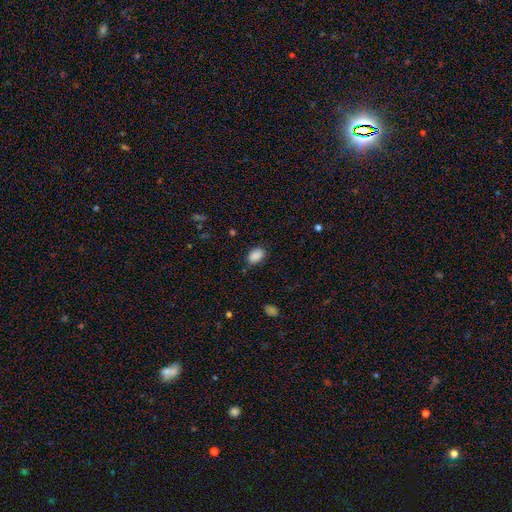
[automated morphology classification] Smooth or featured: smooth — 89% (star or artifact — 8%)
How rounded: in between — 84% (round — 14%)
Merging: none — 81% (minor disturbance — 14%)